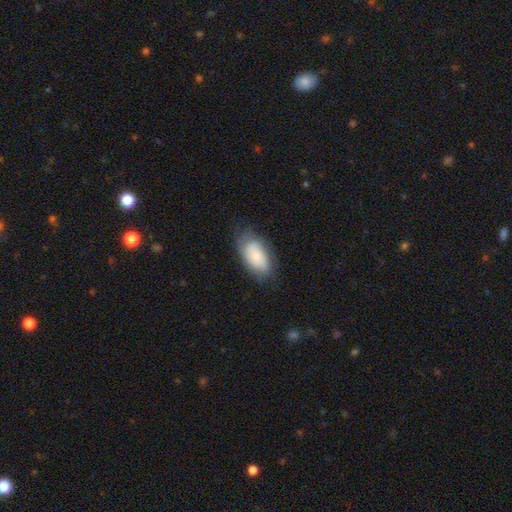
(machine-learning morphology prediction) smooth_or_featured: smooth (p=0.73) [alt: featured or disk p=0.20]
how_rounded: in between (p=0.93) [alt: round p=0.04]
merging: none (p=0.63) [alt: minor disturbance p=0.26]